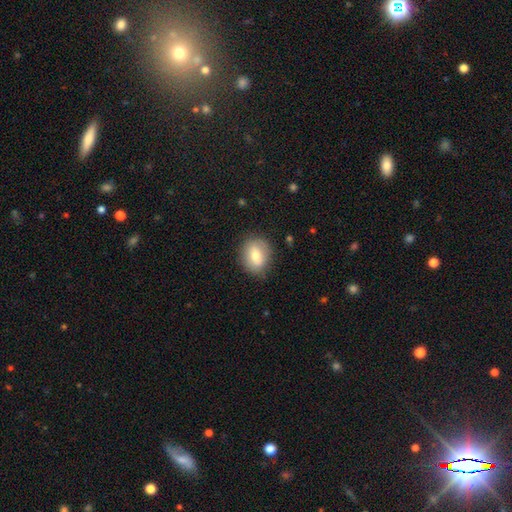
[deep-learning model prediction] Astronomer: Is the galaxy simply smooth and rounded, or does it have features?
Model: smooth — 72%.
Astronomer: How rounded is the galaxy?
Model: round — 51% (runner-up: in between, 47%).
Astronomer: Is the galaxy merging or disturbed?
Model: none — 83%.